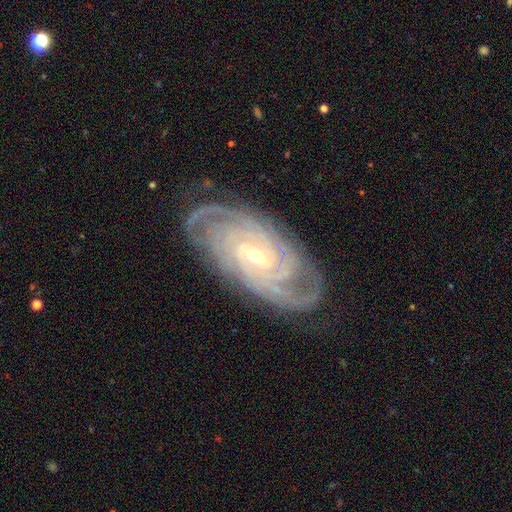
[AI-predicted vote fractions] Smooth or featured? featured or disk (91%)
Edge-on disk? no (95%)
Bar? weak (44%)
Spiral arms? yes (98%)
Spiral winding? tight (80%)
Spiral arm count? 4 (31%)
Bulge size? small (61%)
Merging? none (82%)